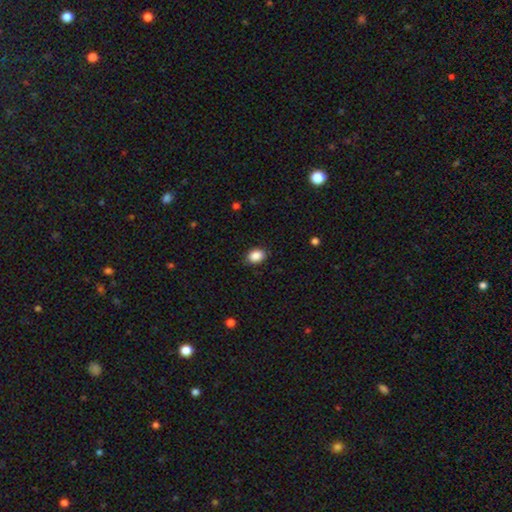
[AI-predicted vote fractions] Overall: smooth (88%). How rounded: in between (72%). Merging: none (87%).